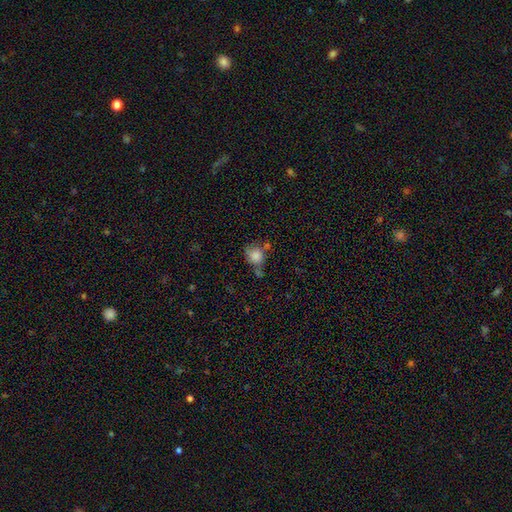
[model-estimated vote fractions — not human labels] smooth_or_featured: smooth (p=0.82) [alt: star or artifact p=0.09]
how_rounded: round (p=0.74) [alt: in between p=0.24]
merging: none (p=0.49) [alt: minor disturbance p=0.23]